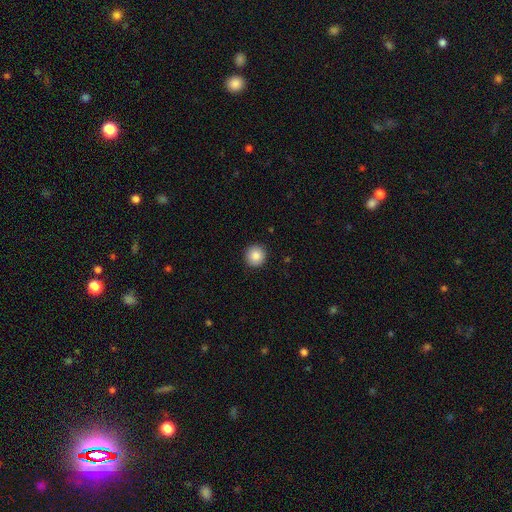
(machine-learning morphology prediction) type=smooth (87%); roundness=round (95%); merging=none (93%).